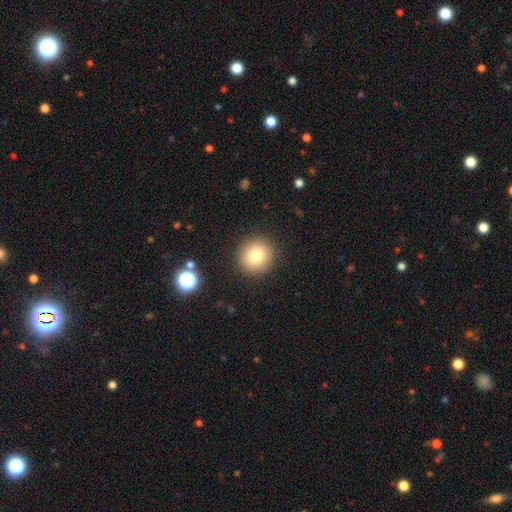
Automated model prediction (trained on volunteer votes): Smooth or featured: smooth — 78% (star or artifact — 12%)
How rounded: round — 91% (in between — 8%)
Merging: none — 90% (minor disturbance — 6%)